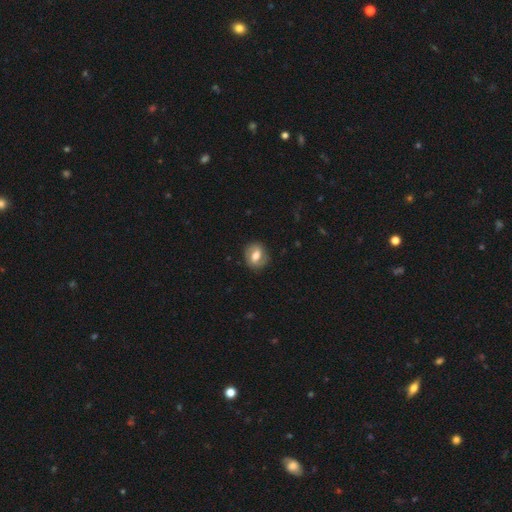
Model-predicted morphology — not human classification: featured or disk 48%, smooth 44%, star or artifact 7%. Down the decision tree: merging — none (81%).